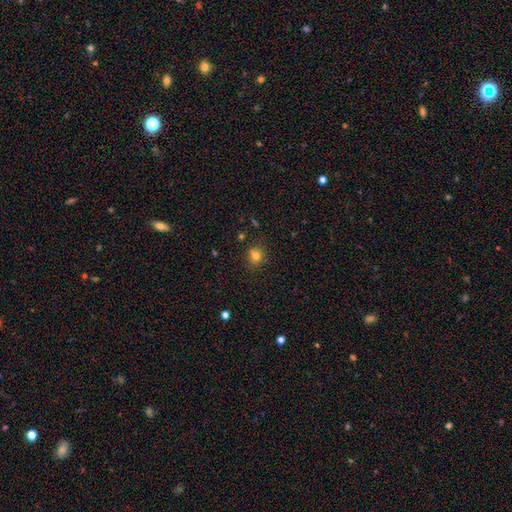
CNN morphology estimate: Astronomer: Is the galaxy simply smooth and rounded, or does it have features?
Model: smooth — 78%.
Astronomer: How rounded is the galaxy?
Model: round — 79%.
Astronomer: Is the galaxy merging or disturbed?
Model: none — 79%.